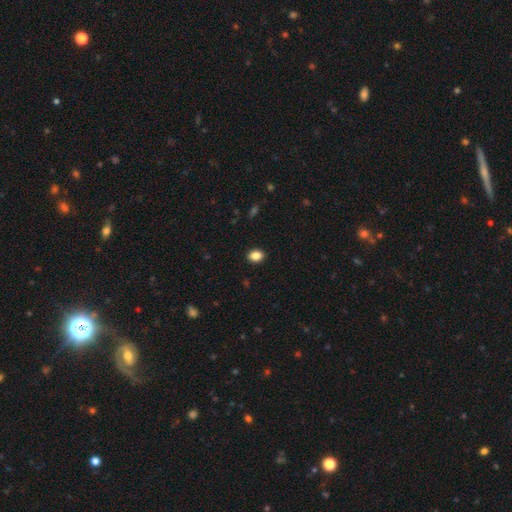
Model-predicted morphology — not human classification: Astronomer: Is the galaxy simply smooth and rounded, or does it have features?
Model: smooth — 87%.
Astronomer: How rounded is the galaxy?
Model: in between — 64%.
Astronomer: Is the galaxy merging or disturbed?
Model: none — 91%.